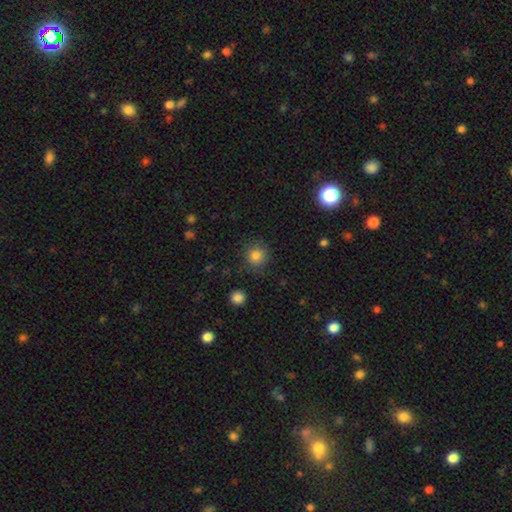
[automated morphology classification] Smooth or featured?
  - smooth: 82% *
  - star or artifact: 12%
  - featured or disk: 6%
How rounded?
  - round: 93% *
  - in between: 6%
  - cigar-shaped: 1%
Merging?
  - none: 86% *
  - minor disturbance: 9%
  - major disturbance: 3%
  - merger: 2%